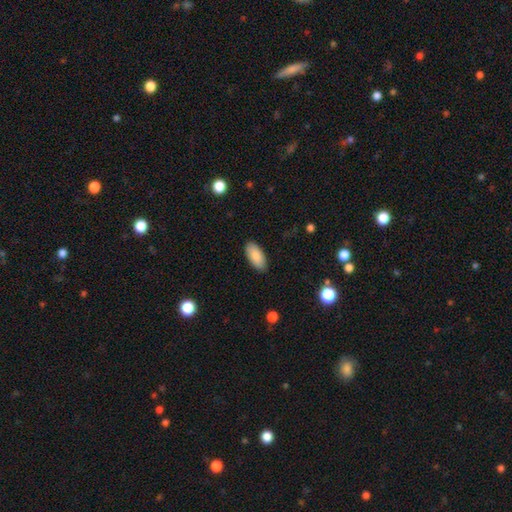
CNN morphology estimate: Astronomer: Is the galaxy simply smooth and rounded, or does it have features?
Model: smooth — 88%.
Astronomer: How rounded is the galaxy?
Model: in between — 92%.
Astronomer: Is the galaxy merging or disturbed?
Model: none — 89%.